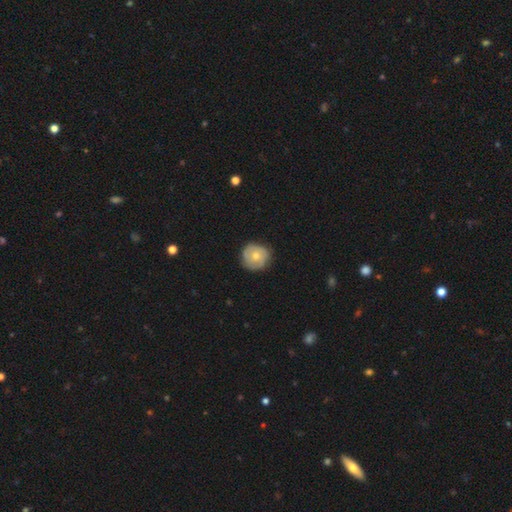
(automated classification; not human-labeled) smooth_or_featured: smooth (p=0.56) [alt: featured or disk p=0.38]
how_rounded: round (p=0.92) [alt: in between p=0.07]
merging: none (p=0.80) [alt: minor disturbance p=0.16]